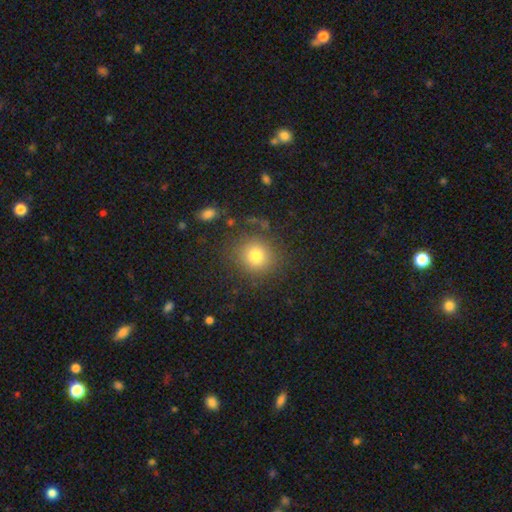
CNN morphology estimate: This is likely a smooth galaxy (79%). How rounded: clearly round (87%). Merging: clearly none (84%).